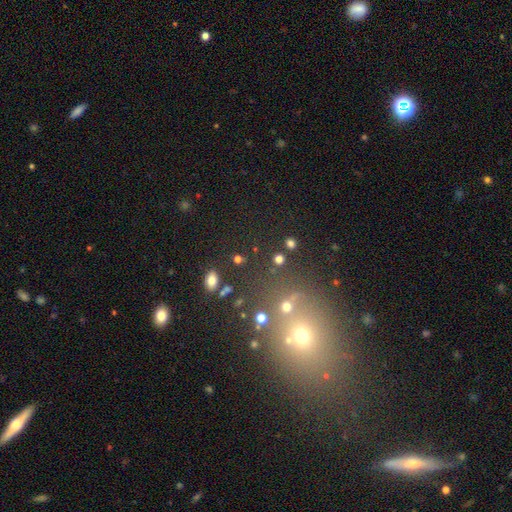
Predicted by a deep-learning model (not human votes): Q: Smooth or featured?
A: star or artifact (49%); runner-up: smooth (38%)